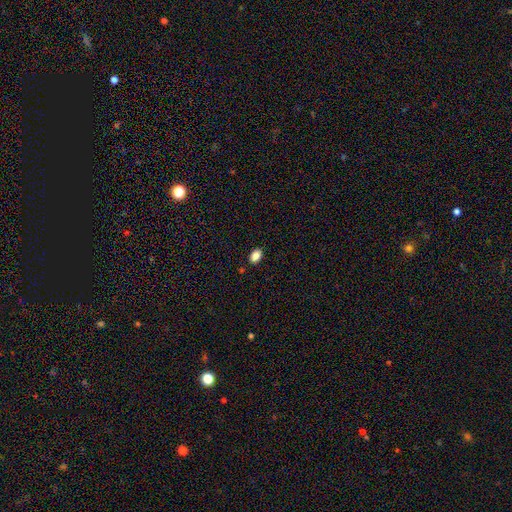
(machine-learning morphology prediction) Smooth or featured: smooth — 87% (star or artifact — 9%)
How rounded: in between — 86% (round — 12%)
Merging: none — 88% (minor disturbance — 8%)